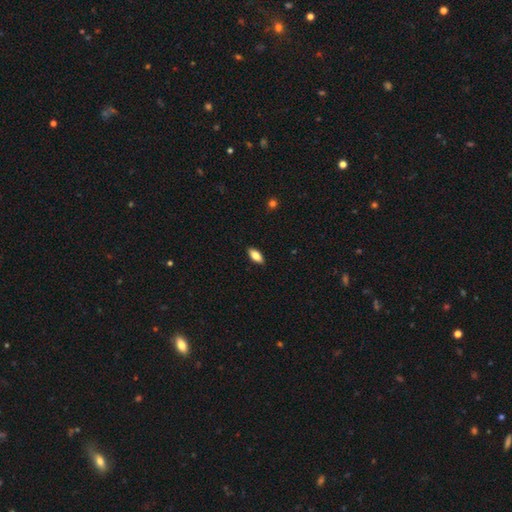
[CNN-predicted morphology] smooth 81%, featured or disk 12%, star or artifact 7%. Down the decision tree: how rounded — in between (87%); merging — none (89%).